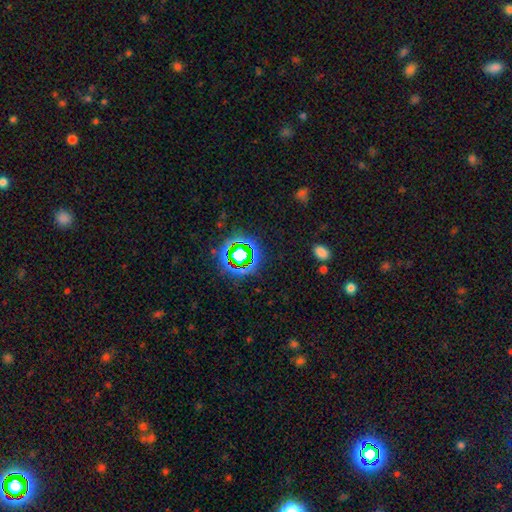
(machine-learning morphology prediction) Smooth or featured?
  - star or artifact: 61% *
  - smooth: 31%
  - featured or disk: 8%